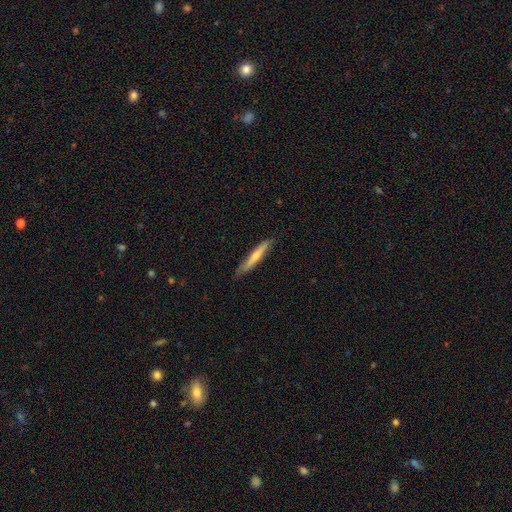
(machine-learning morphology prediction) type=smooth (56%); roundness=cigar-shaped (93%); merging=none (81%).